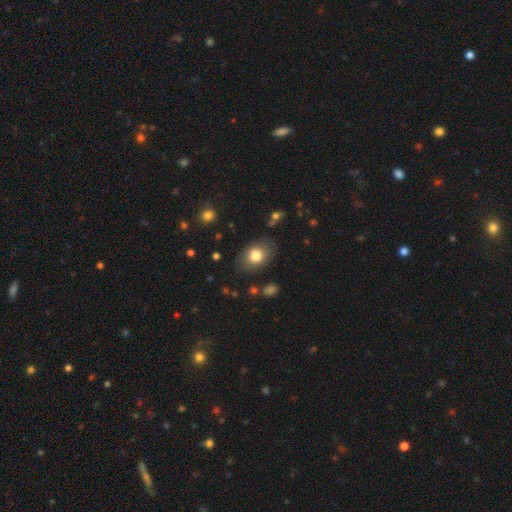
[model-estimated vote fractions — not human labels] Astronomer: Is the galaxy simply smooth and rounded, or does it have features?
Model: smooth — 79%.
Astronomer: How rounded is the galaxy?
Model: in between — 65%.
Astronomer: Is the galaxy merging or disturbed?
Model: none — 78%.